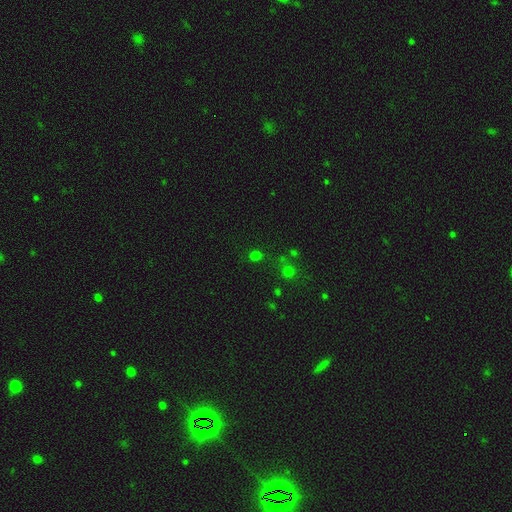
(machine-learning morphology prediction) This is likely a smooth galaxy (64%). How rounded: clearly round (82%). Merging: likely none (80%).